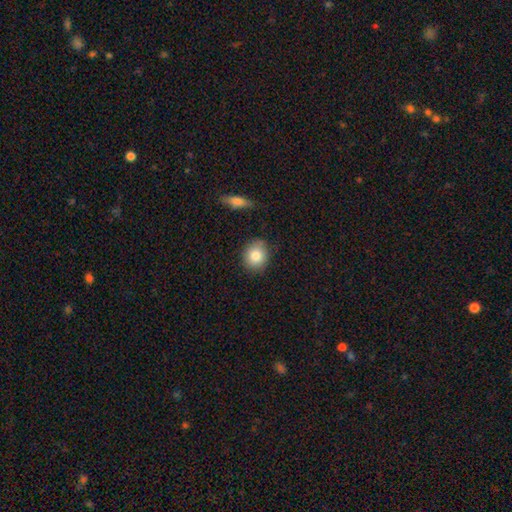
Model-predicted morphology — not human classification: A smooth galaxy with no disk features (82%) that is round (77%). Merging: none (83%).